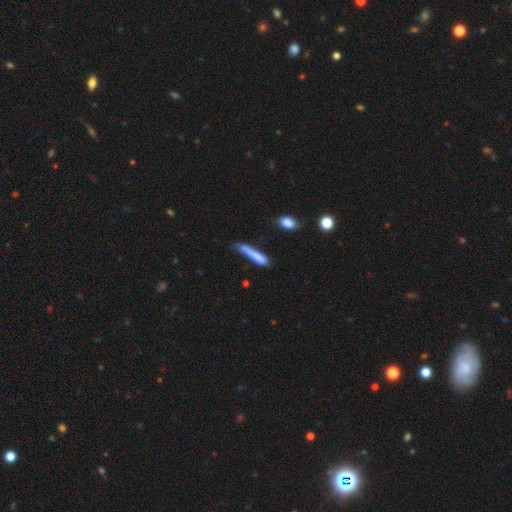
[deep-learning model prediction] Q: Smooth or featured?
A: smooth (74%); runner-up: featured or disk (19%)
Q: How rounded?
A: cigar-shaped (91%); runner-up: in between (7%)
Q: Merging?
A: none (49%); runner-up: minor disturbance (30%)